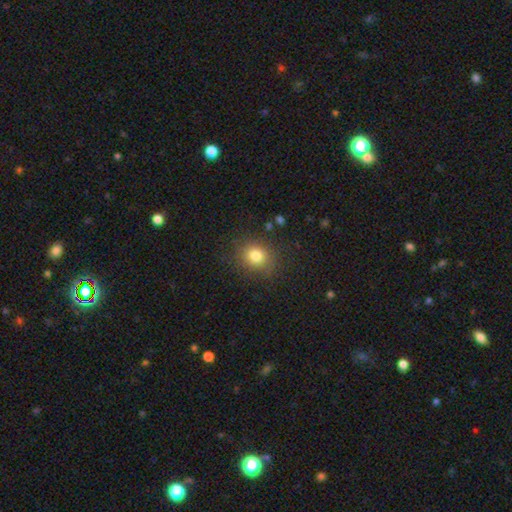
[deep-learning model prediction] smooth_or_featured: smooth (p=0.81) [alt: star or artifact p=0.12]
how_rounded: round (p=0.72) [alt: in between p=0.27]
merging: none (p=0.83) [alt: minor disturbance p=0.11]